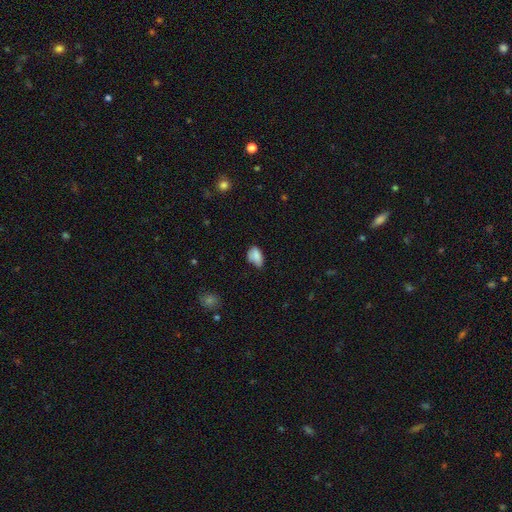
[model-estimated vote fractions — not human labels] A smooth galaxy with no disk features (80%) that is in between round and cigar-shaped (91%).

Vote fractions:
- Smooth or featured? smooth: 80% / featured or disk: 11% / star or artifact: 9%
- How rounded? in between: 91% / round: 6% / cigar-shaped: 3%
- Merging? none: 46% / minor disturbance: 40% / major disturbance: 10% / merger: 4%